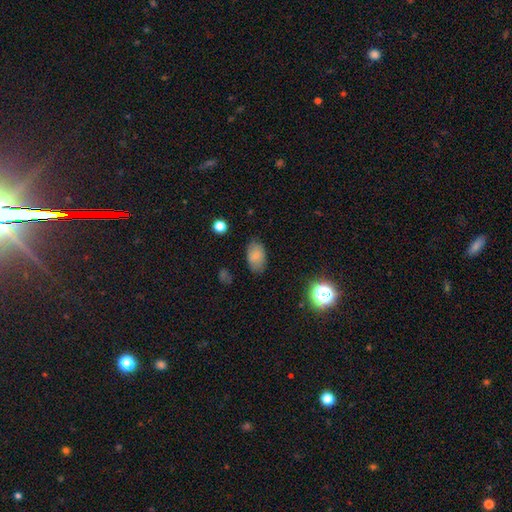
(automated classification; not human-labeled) Morphology: type=smooth (80%); roundness=in between (91%); merging=none (78%).